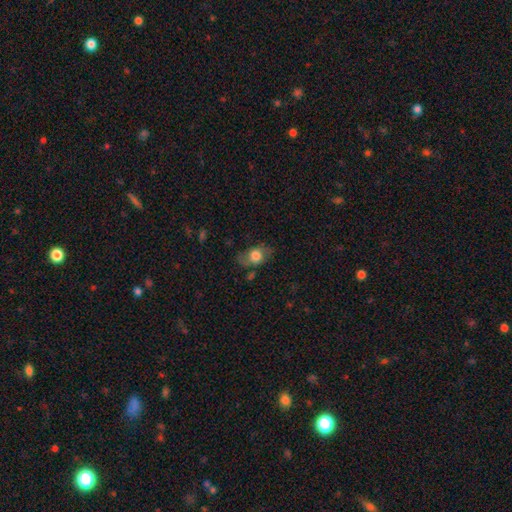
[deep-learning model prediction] This appears to be a smooth galaxy with no disk features (65%) that is in between round and cigar-shaped (76%). Merging: none (65%).